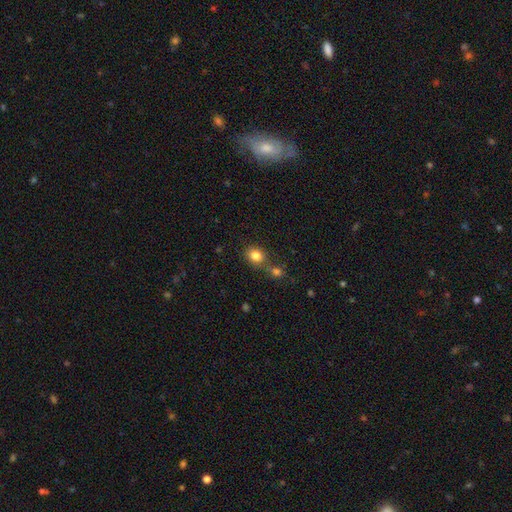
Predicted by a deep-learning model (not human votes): This appears to be a smooth galaxy with no disk features (83%) that is round (65%). Merging: none (62%).